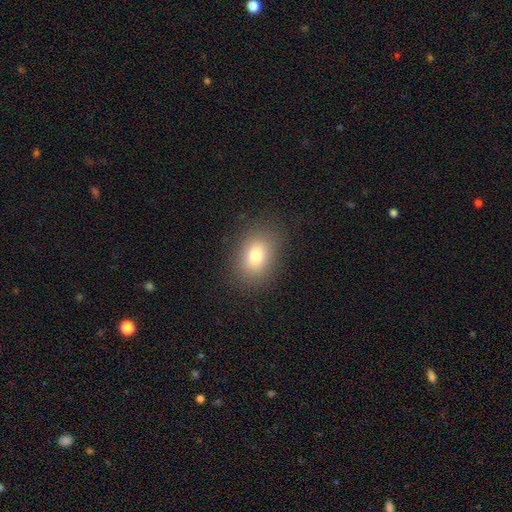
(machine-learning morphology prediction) This appears to be a smooth galaxy with no disk features (78%) that is in between round and cigar-shaped (69%). Merging: none (86%).